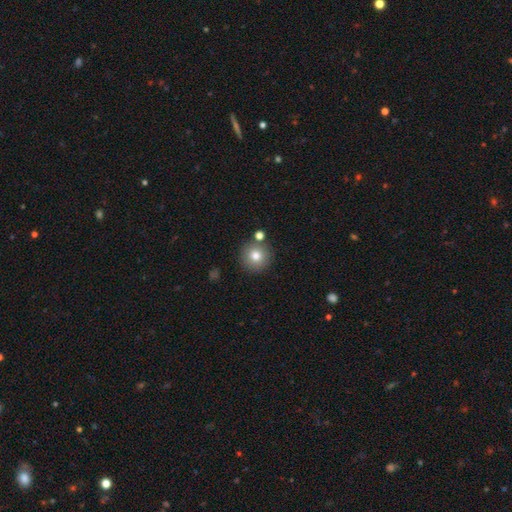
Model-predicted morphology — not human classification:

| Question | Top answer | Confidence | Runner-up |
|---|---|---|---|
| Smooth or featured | smooth | 78% | star or artifact (12%) |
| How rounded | round | 95% | in between (4%) |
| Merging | none | 82% | merger (8%) |